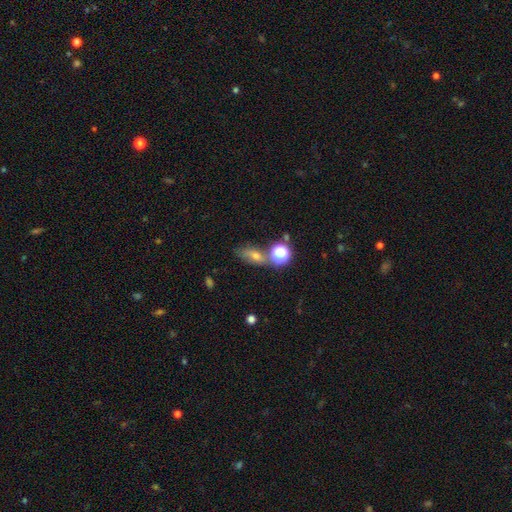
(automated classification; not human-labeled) Smooth or featured?
  - smooth: 48% *
  - star or artifact: 30%
  - featured or disk: 22%
Merging?
  - none: 61% *
  - merger: 16%
  - minor disturbance: 16%
  - major disturbance: 7%